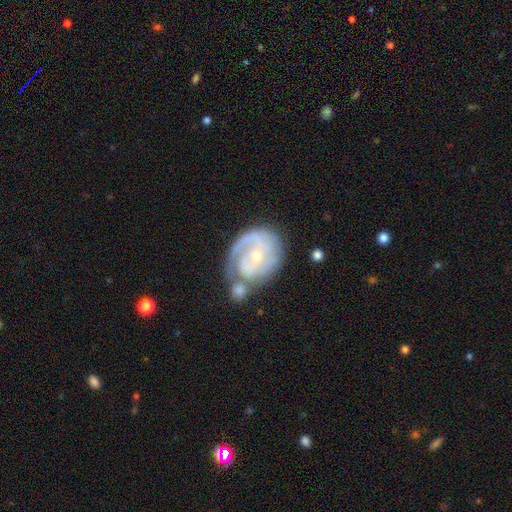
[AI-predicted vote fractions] This is clearly a featured or disk galaxy (80%). It is clearly not viewed edge-on (97%). Bar: likely no (63%). Spiral arm pattern: clearly yes (89%). Spiral arm count: marginally 2 (35%). Spiral winding: likely tight (63%). Central bulge: possibly small (58%). Merging: marginally none (43%).